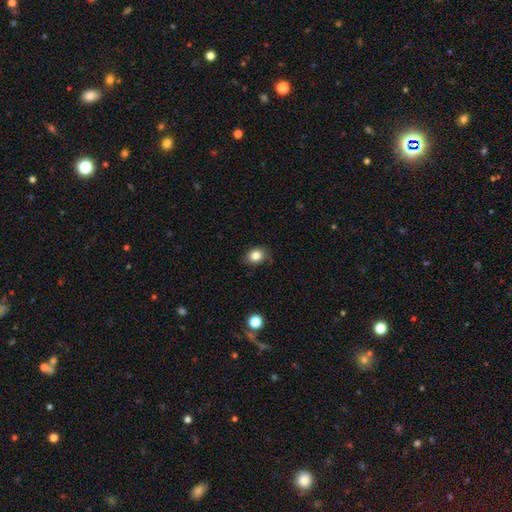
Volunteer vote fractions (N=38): smooth-or-featured: smooth: 92% | star or artifact: 8% | featured or disk: 0%
  how-rounded: round: 57% | in between: 40% | cigar-shaped: 3%
  merging: none: 89% | minor disturbance: 9% | major disturbance: 3% | merger: 0%